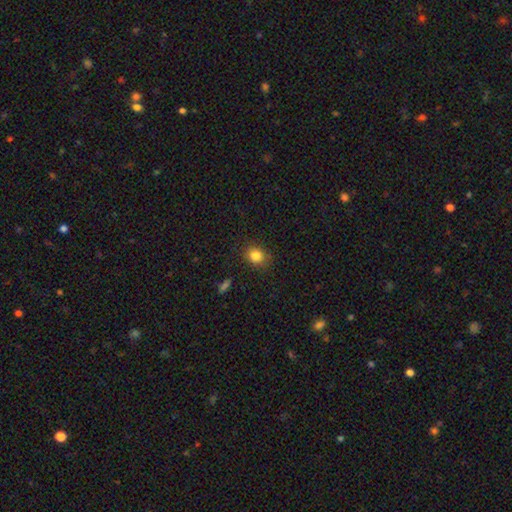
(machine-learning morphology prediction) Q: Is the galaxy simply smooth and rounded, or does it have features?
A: smooth — 83%.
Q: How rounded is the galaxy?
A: round — 67%.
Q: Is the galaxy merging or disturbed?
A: none — 86%.